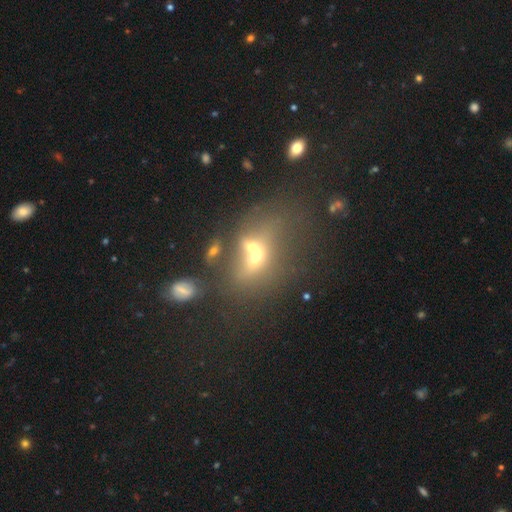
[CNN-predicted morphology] Smooth or featured: smooth — 44% (featured or disk — 33%)
Merging: merger — 53% (none — 25%)